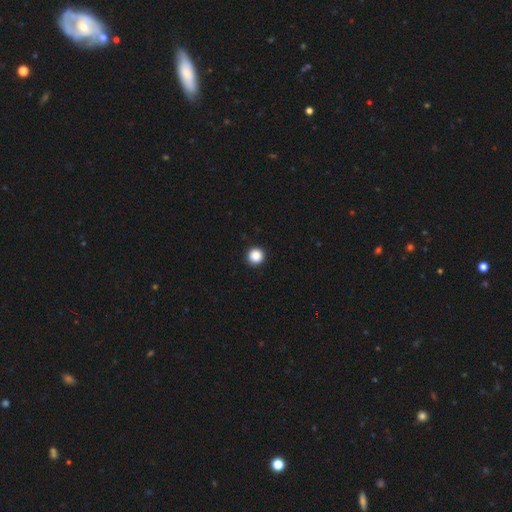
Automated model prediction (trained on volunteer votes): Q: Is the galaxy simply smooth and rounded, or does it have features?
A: smooth — 88%.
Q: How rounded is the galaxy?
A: round — 96%.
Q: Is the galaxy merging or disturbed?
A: none — 94%.